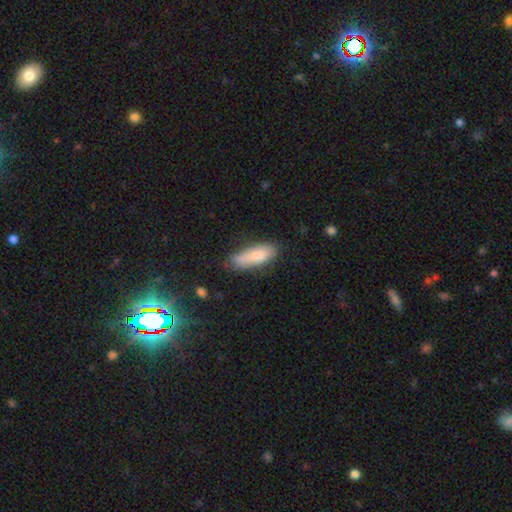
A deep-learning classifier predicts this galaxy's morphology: smooth-or-featured: smooth: 80% | featured or disk: 14% | star or artifact: 7%
  how-rounded: in between: 60% | cigar-shaped: 38% | round: 2%
  merging: none: 66% | minor disturbance: 26% | major disturbance: 6% | merger: 3%